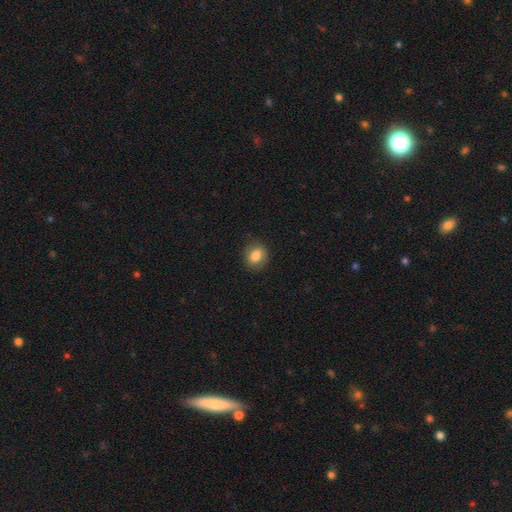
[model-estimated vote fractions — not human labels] Smooth or featured?
  - smooth: 80% *
  - featured or disk: 12%
  - star or artifact: 8%
How rounded?
  - round: 60% *
  - in between: 39%
  - cigar-shaped: 1%
Merging?
  - none: 82% *
  - minor disturbance: 13%
  - major disturbance: 4%
  - merger: 1%